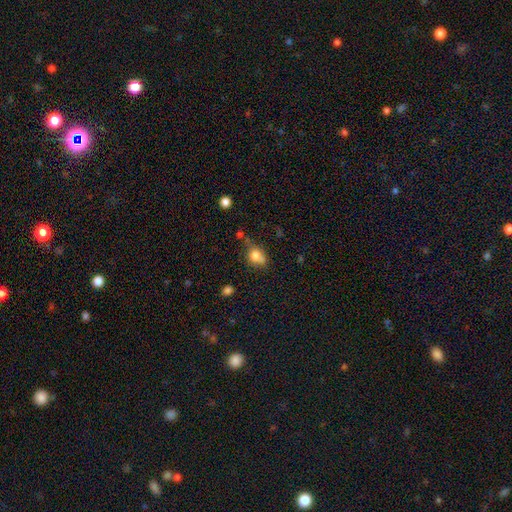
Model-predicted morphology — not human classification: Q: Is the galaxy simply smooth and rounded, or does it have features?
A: smooth — 77%.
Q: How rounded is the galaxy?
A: round — 58%.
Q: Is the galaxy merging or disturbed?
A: none — 41%.